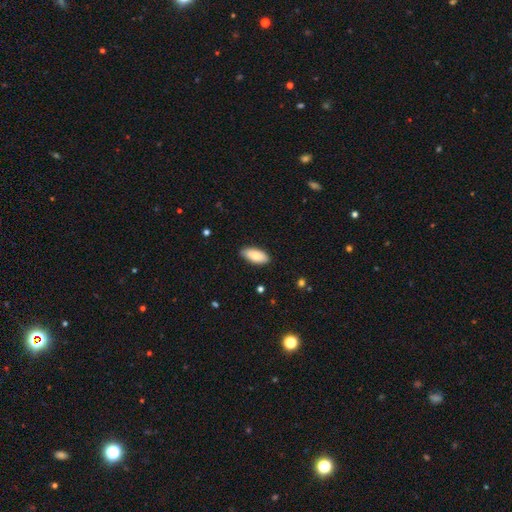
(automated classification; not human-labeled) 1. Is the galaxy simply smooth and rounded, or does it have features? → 82% smooth, 12% featured or disk, 6% star or artifact.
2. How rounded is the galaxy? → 88% in between, 10% cigar-shaped, 2% round.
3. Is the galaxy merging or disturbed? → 85% none, 12% minor disturbance, 2% major disturbance, 1% merger.